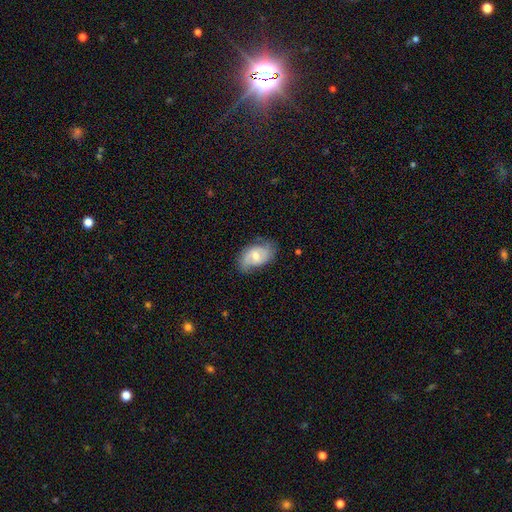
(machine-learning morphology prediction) Q: Smooth or featured?
A: featured or disk (62%); runner-up: smooth (31%)
Q: Edge-on disk?
A: no (95%); runner-up: yes (5%)
Q: Bar?
A: weak (47%); runner-up: no (42%)
Q: Spiral arms?
A: yes (87%); runner-up: no (13%)
Q: Spiral winding?
A: medium (43%); runner-up: tight (29%)
Q: Spiral arm count?
A: 2 (76%); runner-up: can't tell (14%)
Q: Bulge size?
A: moderate (59%); runner-up: small (33%)
Q: Merging?
A: none (70%); runner-up: minor disturbance (23%)